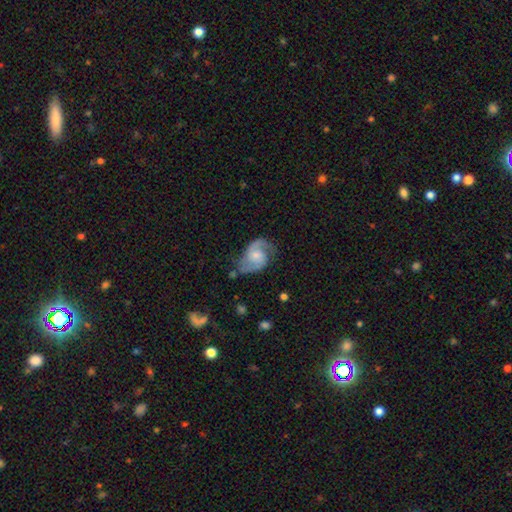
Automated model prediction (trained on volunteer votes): Smooth or featured: featured or disk — 83% (smooth — 11%)
Edge-on disk: no — 98% (yes — 2%)
Bar: no — 52% (weak — 41%)
Spiral arms: yes — 96% (no — 4%)
Spiral winding: medium — 53% (loose — 28%)
Spiral arm count: 2 — 90% (can't tell — 4%)
Bulge size: small — 47% (moderate — 37%)
Merging: none — 65% (minor disturbance — 22%)